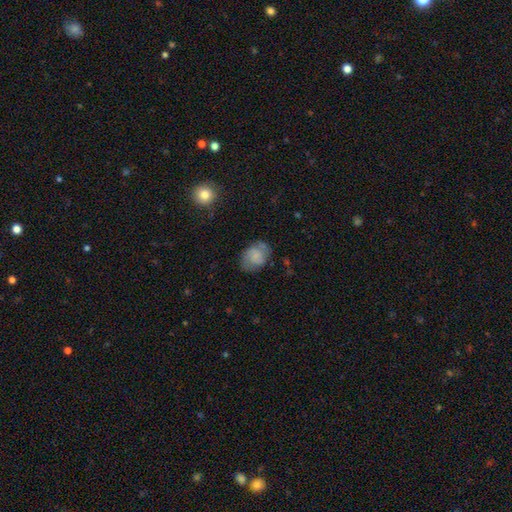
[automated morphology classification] Overall: smooth (57%; featured or disk 34%). How rounded: in between (69%; round 30%). Merging: none (66%).